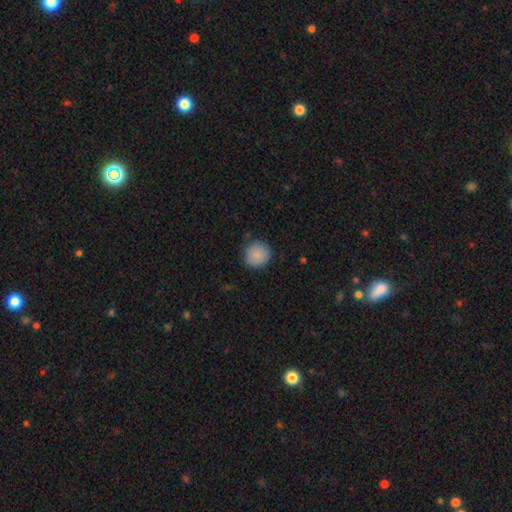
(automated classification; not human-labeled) smooth 88%, star or artifact 7%, featured or disk 5%. Down the decision tree: how rounded — round (94%); merging — none (88%).